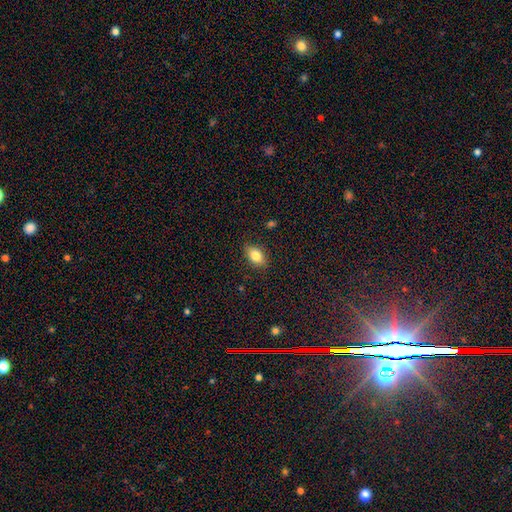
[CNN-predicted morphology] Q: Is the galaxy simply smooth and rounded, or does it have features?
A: smooth — 82%.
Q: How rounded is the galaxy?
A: in between — 88%.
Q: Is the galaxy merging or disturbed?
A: none — 85%.